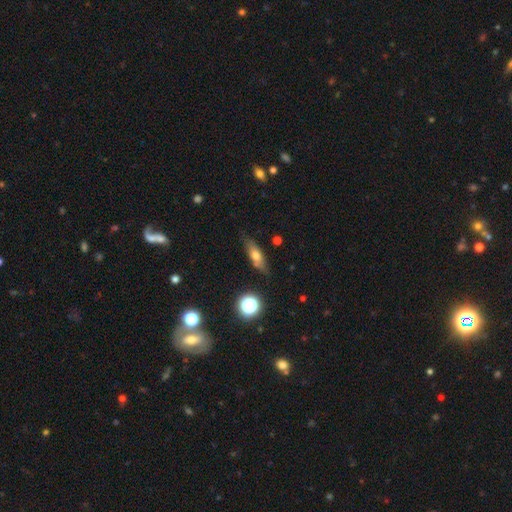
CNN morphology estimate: smooth_or_featured: smooth (p=0.60) [alt: featured or disk p=0.30]
how_rounded: in between (p=0.51) [alt: cigar-shaped p=0.42]
merging: none (p=0.77) [alt: minor disturbance p=0.16]